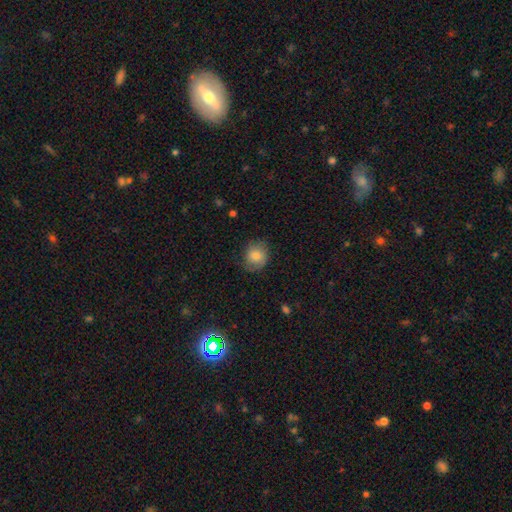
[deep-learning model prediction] This appears to be a smooth galaxy with no disk features (77%) that is round (75%). Merging: none (73%).